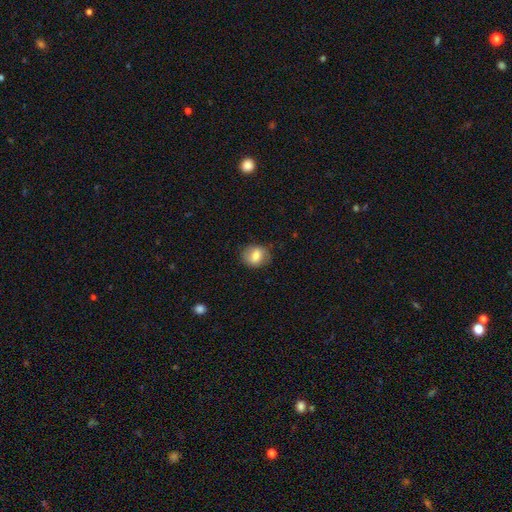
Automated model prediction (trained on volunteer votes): Q: Smooth or featured?
A: smooth (74%); runner-up: featured or disk (18%)
Q: How rounded?
A: round (53%); runner-up: in between (46%)
Q: Merging?
A: none (77%); runner-up: minor disturbance (17%)